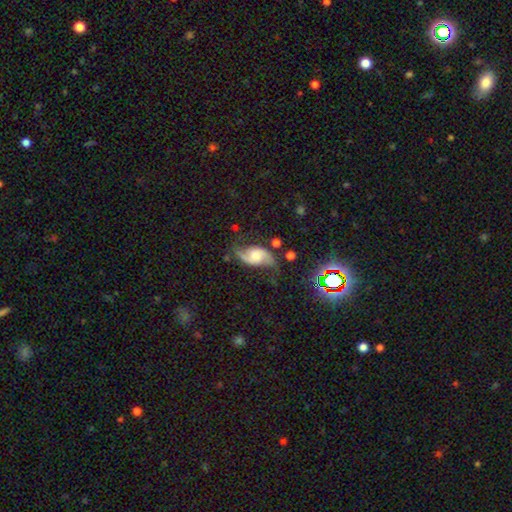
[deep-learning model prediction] This is clearly a featured or disk galaxy (83%). It is clearly not viewed edge-on (97%). Bar: possibly no (58%). Spiral arm pattern: clearly yes (96%). Spiral arm count: clearly 2 (92%). Spiral winding: likely loose (60%). Central bulge: possibly moderate (49%). Merging: likely none (69%).